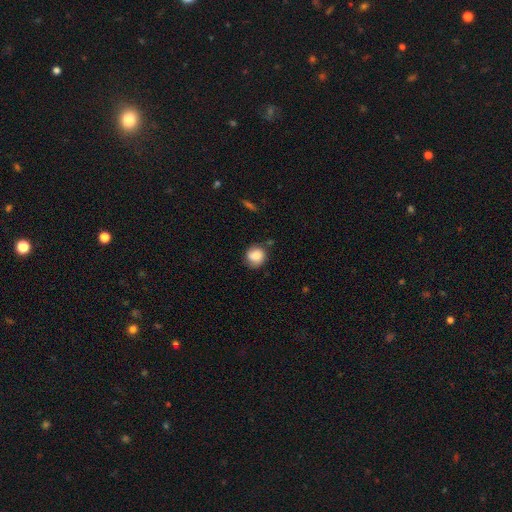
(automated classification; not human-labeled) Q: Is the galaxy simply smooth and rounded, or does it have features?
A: smooth — 80%.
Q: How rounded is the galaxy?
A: round — 83%.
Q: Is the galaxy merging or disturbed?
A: none — 70%.